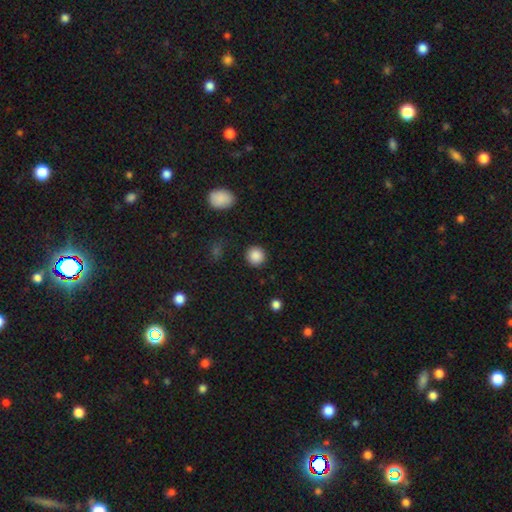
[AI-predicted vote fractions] Smooth or featured: smooth — 88% (star or artifact — 9%)
How rounded: round — 93% (in between — 6%)
Merging: none — 90% (minor disturbance — 6%)